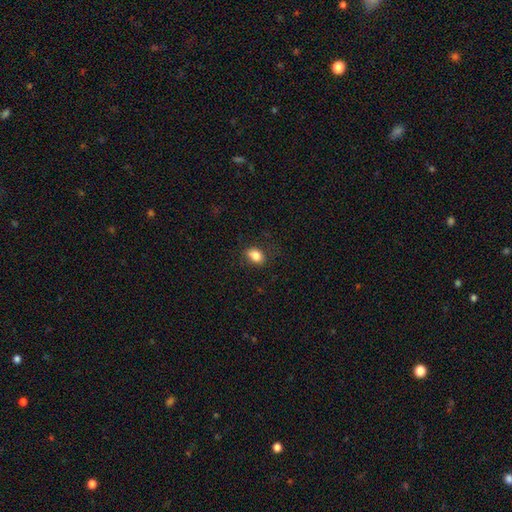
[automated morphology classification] Smooth or featured?
  - smooth: 84% *
  - star or artifact: 9%
  - featured or disk: 7%
How rounded?
  - in between: 78% *
  - round: 21%
  - cigar-shaped: 2%
Merging?
  - none: 80% *
  - minor disturbance: 15%
  - major disturbance: 4%
  - merger: 1%